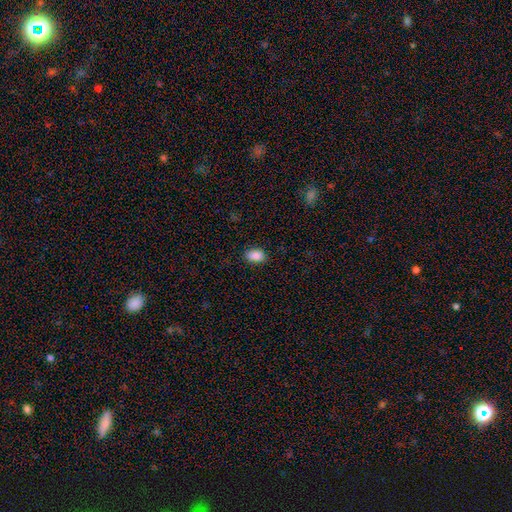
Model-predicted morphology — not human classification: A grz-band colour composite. It shows a smooth galaxy with no disk features (88%) that is in between round and cigar-shaped (88%). Merging: none (87%).